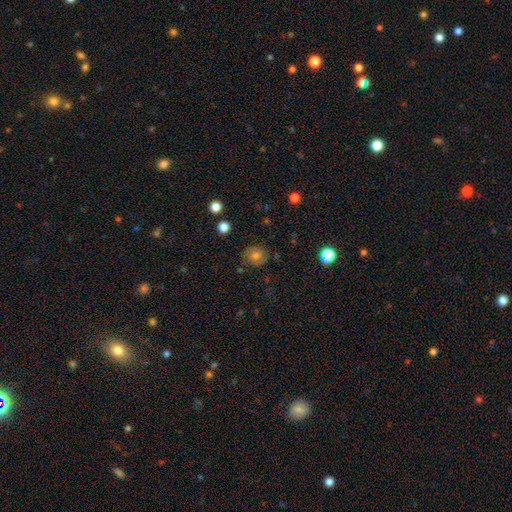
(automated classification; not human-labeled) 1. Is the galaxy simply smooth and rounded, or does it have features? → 68% smooth, 18% featured or disk, 14% star or artifact.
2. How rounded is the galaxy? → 74% round, 25% in between, 1% cigar-shaped.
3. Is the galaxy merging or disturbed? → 81% none, 14% minor disturbance, 3% major disturbance, 2% merger.